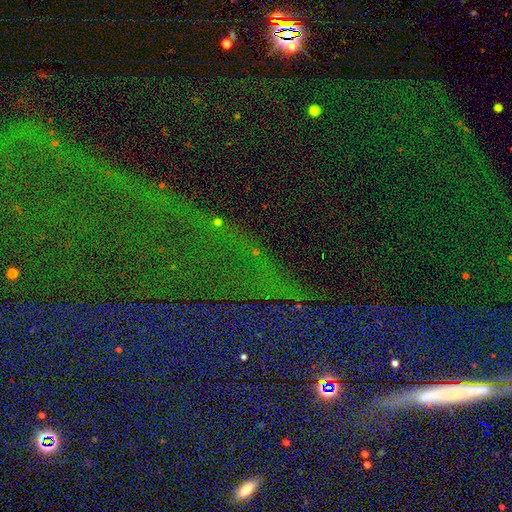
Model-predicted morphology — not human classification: type=star or artifact (80%).